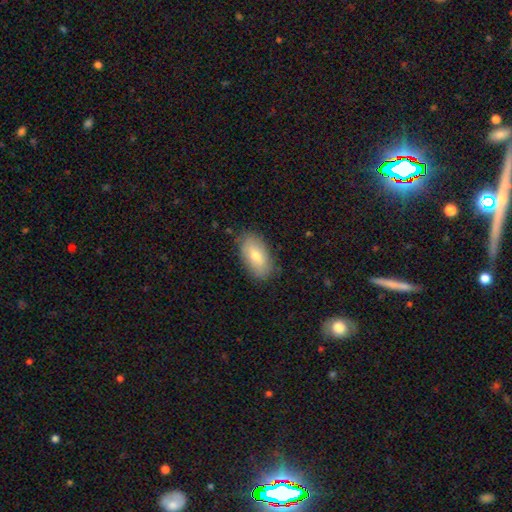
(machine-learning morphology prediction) Smooth or featured?
  - smooth: 73% *
  - featured or disk: 20%
  - star or artifact: 7%
How rounded?
  - in between: 93% *
  - round: 4%
  - cigar-shaped: 4%
Merging?
  - none: 84% *
  - minor disturbance: 12%
  - major disturbance: 3%
  - merger: 1%